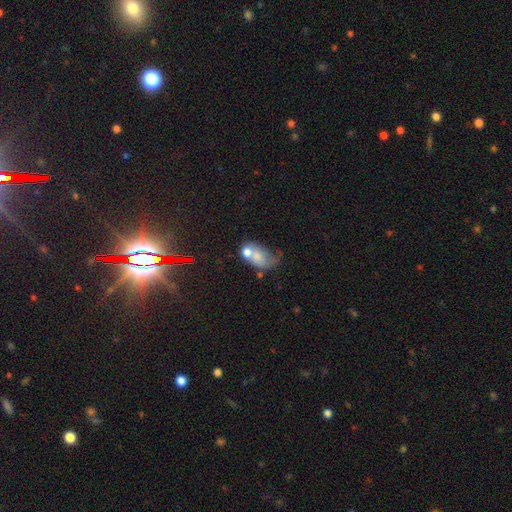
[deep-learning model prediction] Morphology: type=smooth (60%); roundness=in between (79%); merging=merger (50%).